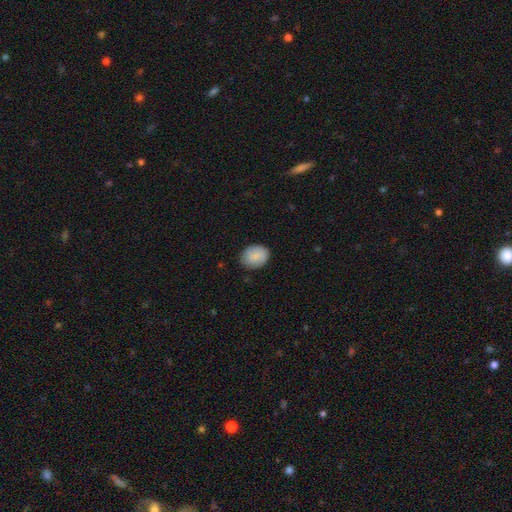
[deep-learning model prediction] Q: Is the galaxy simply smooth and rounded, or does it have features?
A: smooth — 86%.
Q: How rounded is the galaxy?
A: in between — 53%.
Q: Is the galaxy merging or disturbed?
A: none — 81%.